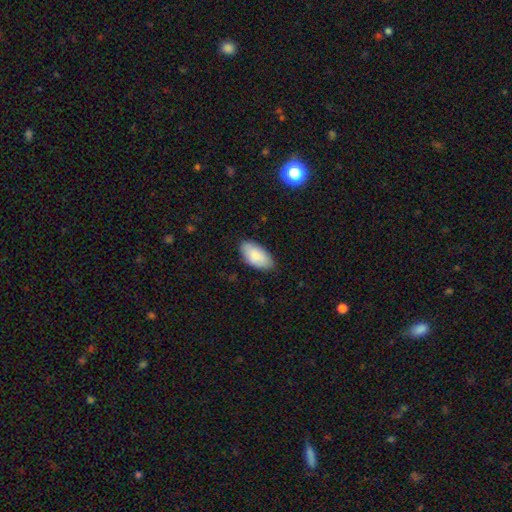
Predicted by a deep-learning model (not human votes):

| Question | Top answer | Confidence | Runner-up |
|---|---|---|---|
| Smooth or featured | smooth | 86% | featured or disk (9%) |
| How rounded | in between | 95% | cigar-shaped (3%) |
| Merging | none | 82% | minor disturbance (14%) |